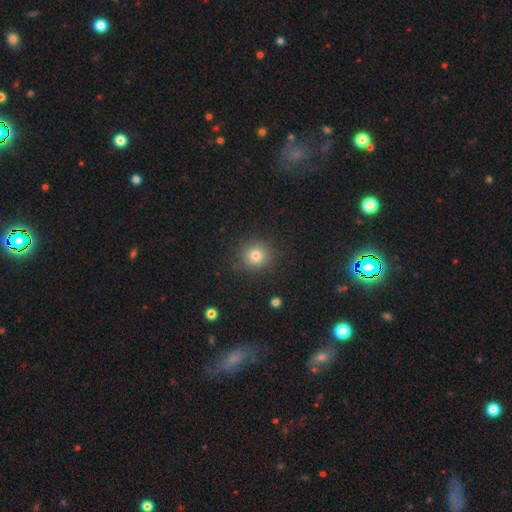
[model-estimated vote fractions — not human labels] smooth 79%, star or artifact 14%, featured or disk 8%. Down the decision tree: how rounded — round (91%); merging — none (88%).